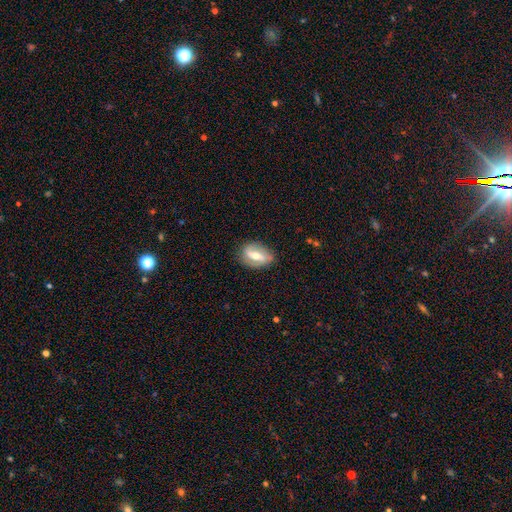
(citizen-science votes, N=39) Smooth or featured: featured or disk — 64% (smooth — 31%)
Edge-on disk: no — 96% (yes — 4%)
Bar: weak — 42% (strong — 38%)
Spiral arms: yes — 92% (no — 8%)
Spiral winding: loose — 50% (medium — 36%)
Spiral arm count: 2 — 86% (can't tell — 9%)
Bulge size: moderate — 58% (large — 21%)
Merging: none — 76% (minor disturbance — 19%)